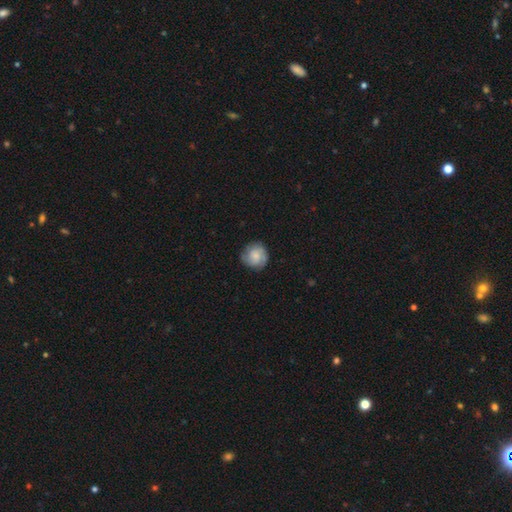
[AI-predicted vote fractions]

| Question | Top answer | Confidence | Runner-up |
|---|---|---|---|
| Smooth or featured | smooth | 53% | featured or disk (40%) |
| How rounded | round | 89% | in between (10%) |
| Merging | none | 79% | minor disturbance (15%) |